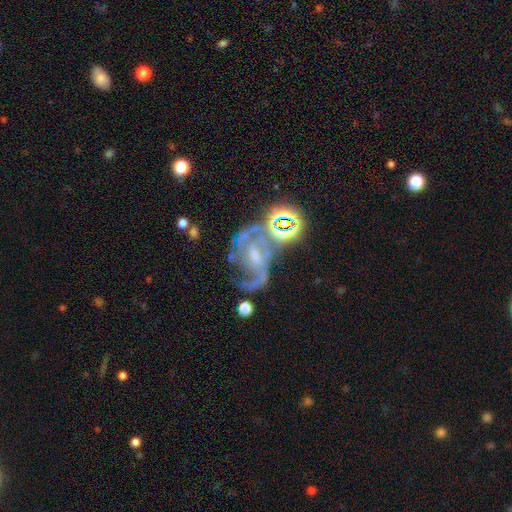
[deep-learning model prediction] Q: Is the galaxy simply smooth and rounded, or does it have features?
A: featured or disk — 74%.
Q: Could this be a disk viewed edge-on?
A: no — 97%.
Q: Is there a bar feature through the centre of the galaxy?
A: weak — 48%.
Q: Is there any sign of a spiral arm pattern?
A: yes — 90%.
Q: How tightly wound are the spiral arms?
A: medium — 47%.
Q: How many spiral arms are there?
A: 2 — 60%.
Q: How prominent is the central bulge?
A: moderate — 40%.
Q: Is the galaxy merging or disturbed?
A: none — 35%.